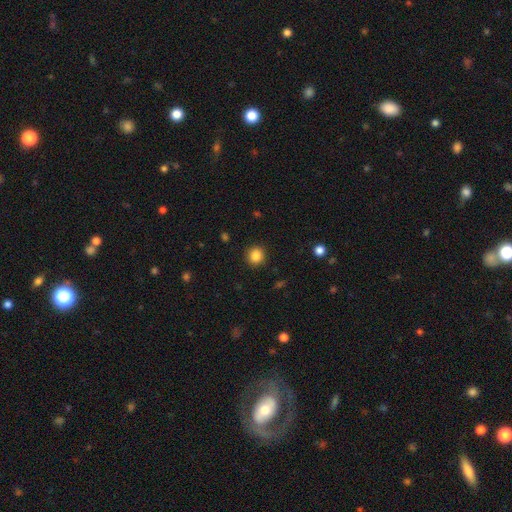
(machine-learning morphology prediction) smooth-or-featured: smooth: 86% | star or artifact: 11% | featured or disk: 4%
  how-rounded: round: 91% | in between: 8% | cigar-shaped: 1%
  merging: none: 91% | minor disturbance: 6% | major disturbance: 2% | merger: 1%